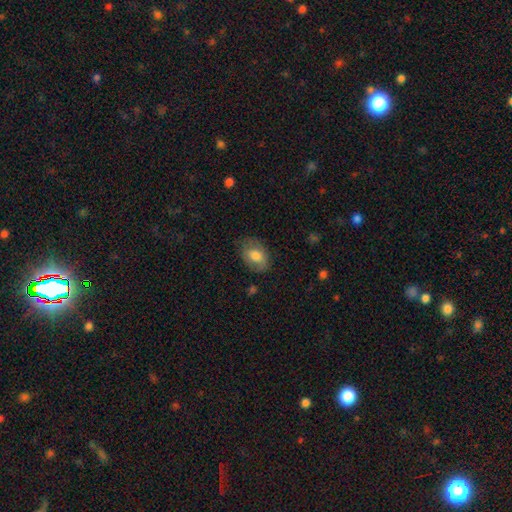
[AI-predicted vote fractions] Morphology: type=smooth (72%); roundness=in between (81%); merging=none (71%).